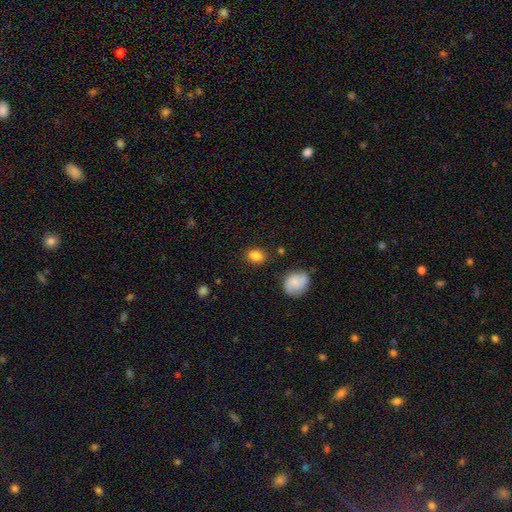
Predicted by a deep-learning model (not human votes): Morphology: type=smooth (84%); roundness=in between (59%); merging=none (82%).